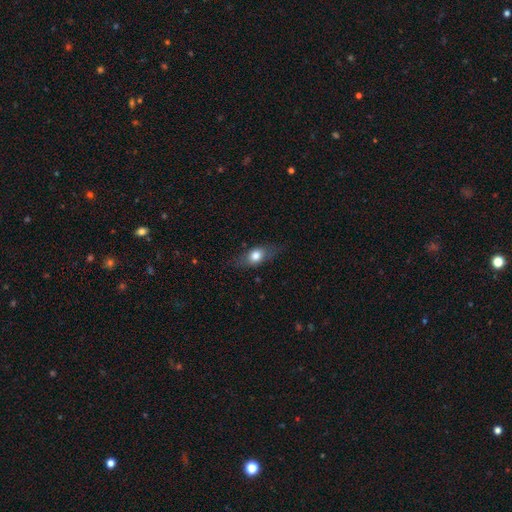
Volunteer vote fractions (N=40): Overall: smooth (68%). How rounded: in between (59%; round 30%). Merging: none (66%).